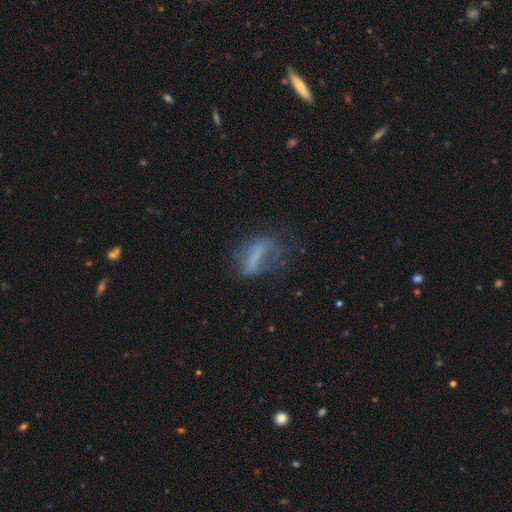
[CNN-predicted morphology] smooth 46%, featured or disk 40%, star or artifact 14%. Down the decision tree: merging — none (40%).